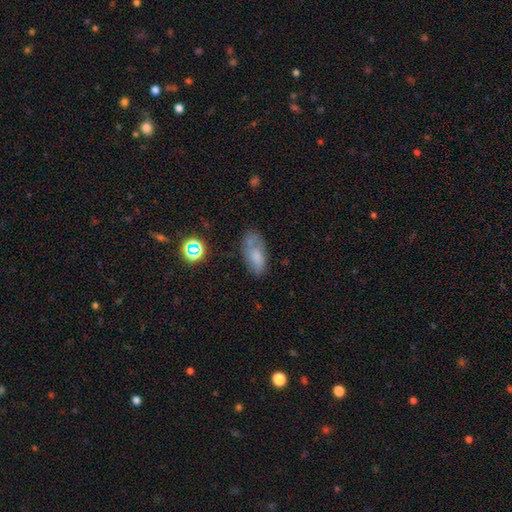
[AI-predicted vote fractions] A smooth galaxy with no disk features (61%) that is in between round and cigar-shaped (88%). Merging: none (54%).